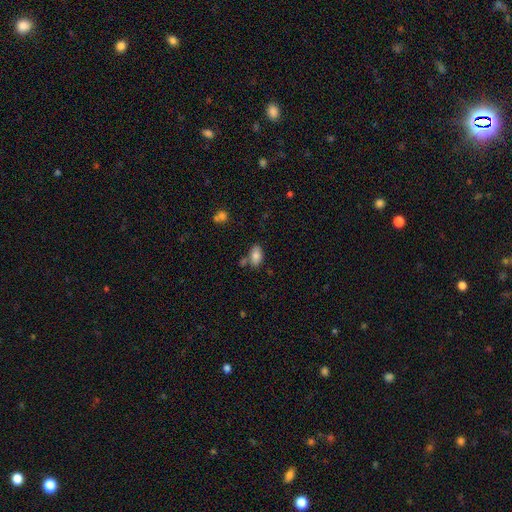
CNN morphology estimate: Smooth or featured?
  - smooth: 83% *
  - featured or disk: 9%
  - star or artifact: 8%
How rounded?
  - in between: 92% *
  - round: 6%
  - cigar-shaped: 2%
Merging?
  - none: 68% *
  - minor disturbance: 15%
  - merger: 14%
  - major disturbance: 4%